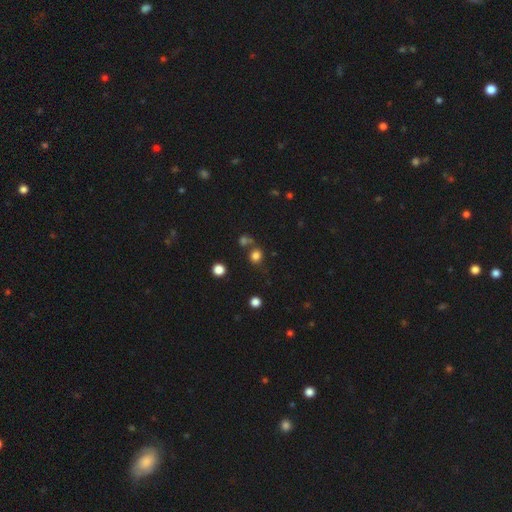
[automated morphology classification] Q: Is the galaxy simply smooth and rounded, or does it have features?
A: smooth — 79%.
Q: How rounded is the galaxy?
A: round — 76%.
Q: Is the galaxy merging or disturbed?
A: none — 65%.